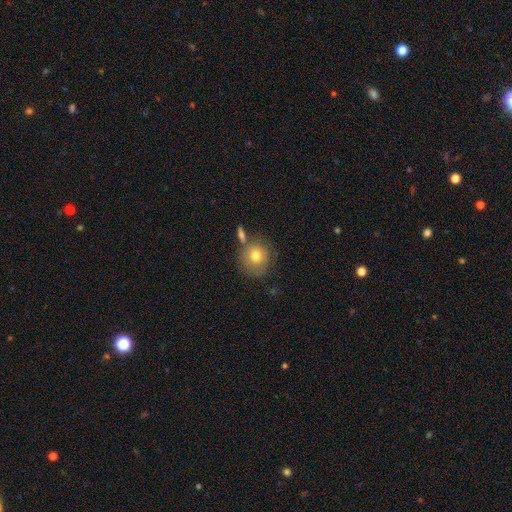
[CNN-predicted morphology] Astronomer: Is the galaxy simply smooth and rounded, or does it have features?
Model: smooth — 75%.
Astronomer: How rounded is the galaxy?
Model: round — 86%.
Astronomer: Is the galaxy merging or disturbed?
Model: none — 63%.